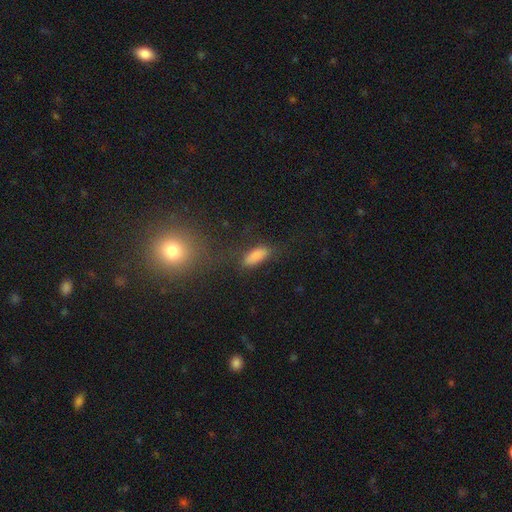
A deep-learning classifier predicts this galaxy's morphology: Smooth or featured?
  - smooth: 85% *
  - star or artifact: 9%
  - featured or disk: 6%
How rounded?
  - in between: 76% *
  - cigar-shaped: 21%
  - round: 3%
Merging?
  - none: 71% *
  - minor disturbance: 18%
  - major disturbance: 7%
  - merger: 3%